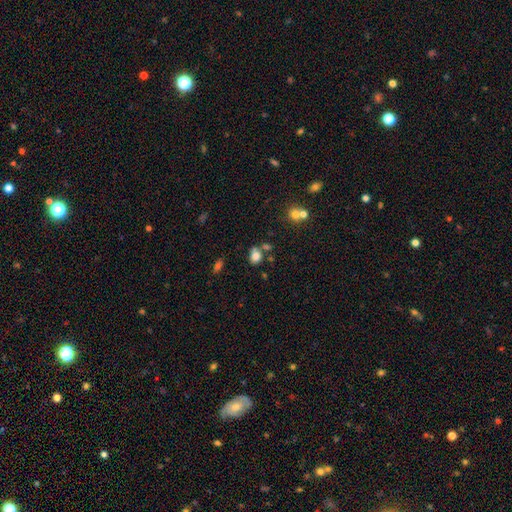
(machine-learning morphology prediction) A smooth galaxy with no disk features (79%) that is in between round and cigar-shaped (59%).

Vote fractions:
- Smooth or featured? smooth: 79% / star or artifact: 12% / featured or disk: 9%
- How rounded? in between: 59% / round: 40% / cigar-shaped: 1%
- Merging? none: 58% / merger: 20% / minor disturbance: 16% / major disturbance: 5%